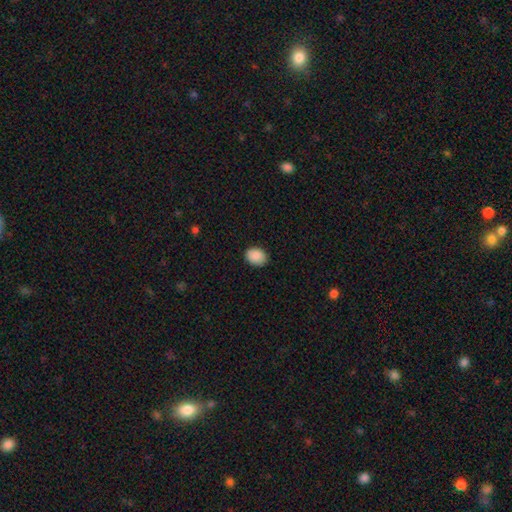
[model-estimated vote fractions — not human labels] Overall: smooth (90%). How rounded: in between (65%; round 34%). Merging: none (86%).